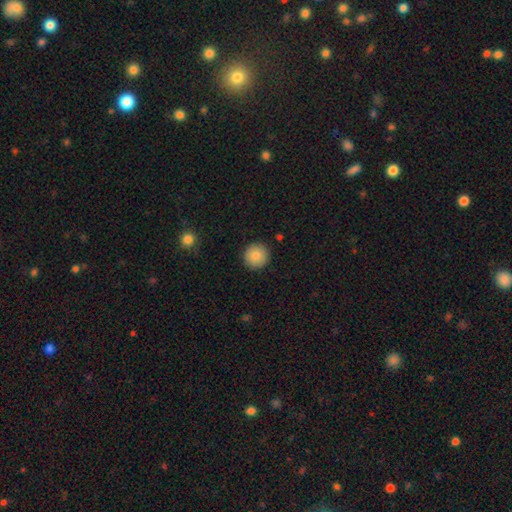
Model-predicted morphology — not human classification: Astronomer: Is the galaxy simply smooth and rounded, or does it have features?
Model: smooth — 87%.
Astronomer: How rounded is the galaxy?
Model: round — 95%.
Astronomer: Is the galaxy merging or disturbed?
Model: none — 91%.